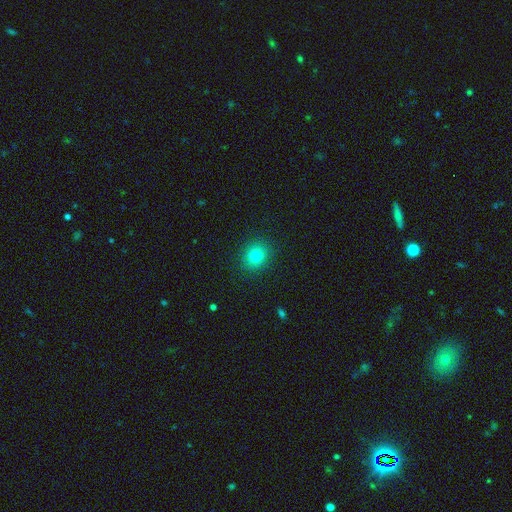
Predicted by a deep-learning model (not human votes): Q: Smooth or featured?
A: smooth (79%); runner-up: star or artifact (13%)
Q: How rounded?
A: round (74%); runner-up: in between (25%)
Q: Merging?
A: none (90%); runner-up: minor disturbance (7%)